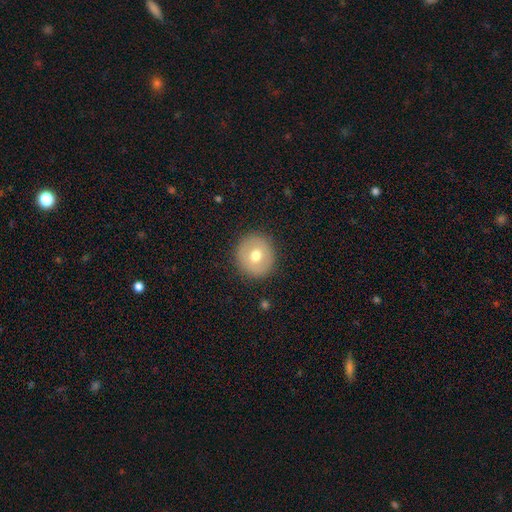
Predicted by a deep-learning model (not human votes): This is likely a smooth galaxy (65%). How rounded: clearly round (91%). Merging: clearly none (90%).